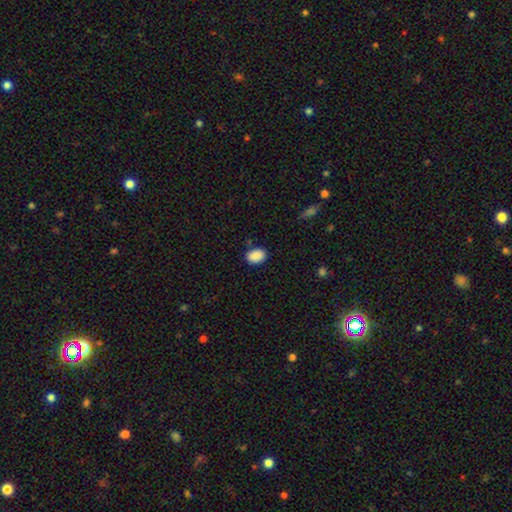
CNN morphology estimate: smooth-or-featured: smooth: 90% | star or artifact: 8% | featured or disk: 3%
  how-rounded: in between: 77% | round: 22% | cigar-shaped: 1%
  merging: none: 84% | minor disturbance: 12% | major disturbance: 3% | merger: 2%